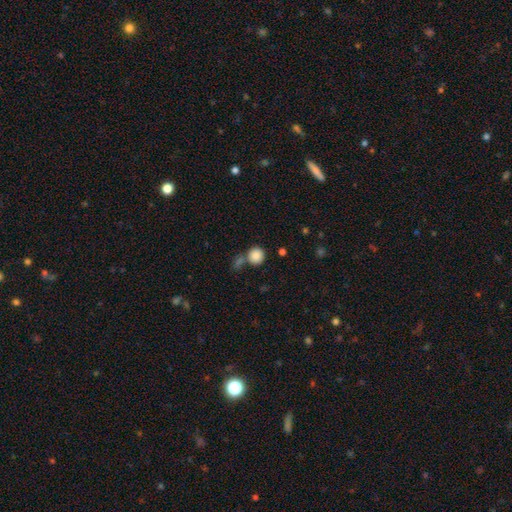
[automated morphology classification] Smooth or featured? smooth (86%)
How rounded? round (90%)
Merging? none (61%)